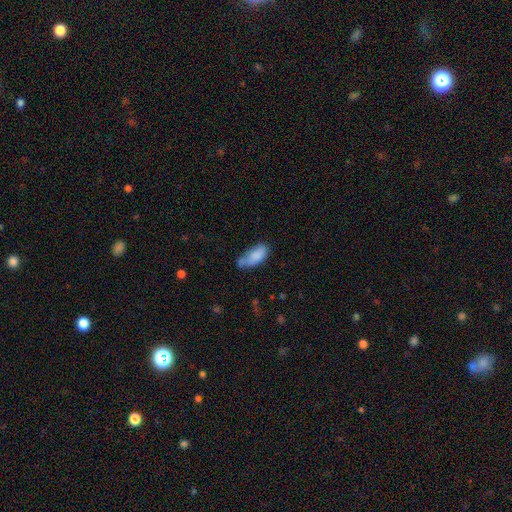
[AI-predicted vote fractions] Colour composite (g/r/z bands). It shows a smooth galaxy with no disk features (81%) that is in between round and cigar-shaped (85%). Merging: none (40%).